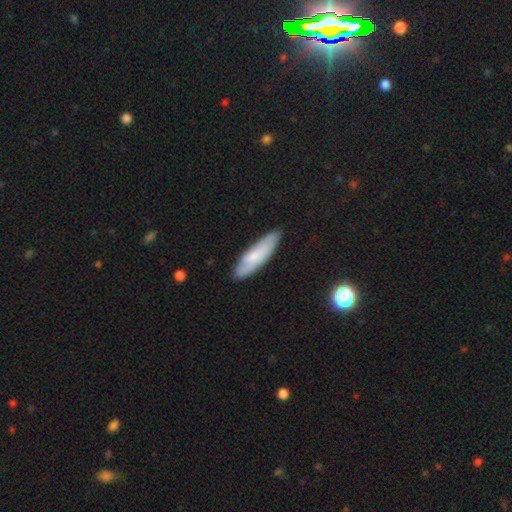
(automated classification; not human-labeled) smooth 64%, featured or disk 29%, star or artifact 7%. Down the decision tree: how rounded — cigar-shaped (64%); merging — none (83%).